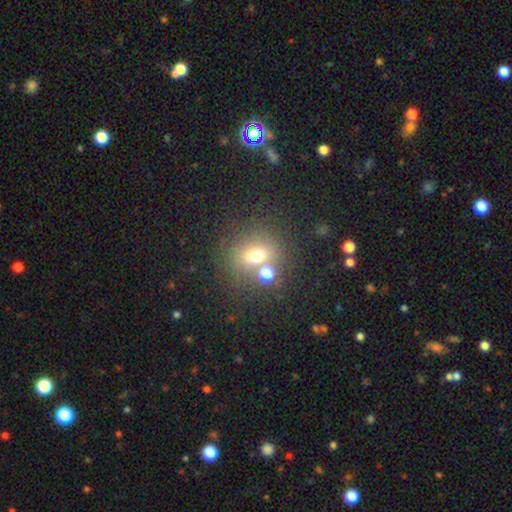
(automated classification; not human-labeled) Smooth or featured? smooth (64%)
How rounded? round (68%)
Merging? none (57%)